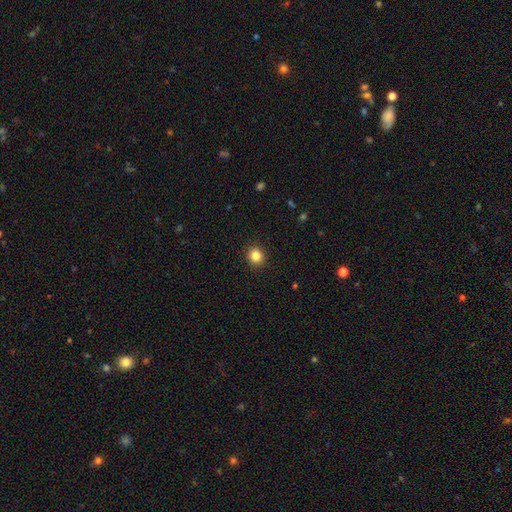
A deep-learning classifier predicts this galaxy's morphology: This appears to be a smooth galaxy with no disk features (84%) that is round (82%). Merging: none (91%).